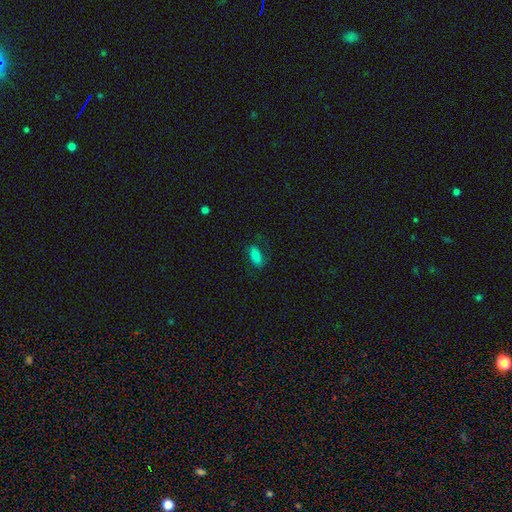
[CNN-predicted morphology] A smooth galaxy with no disk features (80%) that is in between round and cigar-shaped (88%).

Vote fractions:
- Smooth or featured? smooth: 80% / featured or disk: 11% / star or artifact: 9%
- How rounded? in between: 88% / cigar-shaped: 9% / round: 3%
- Merging? none: 77% / minor disturbance: 17% / major disturbance: 5% / merger: 1%